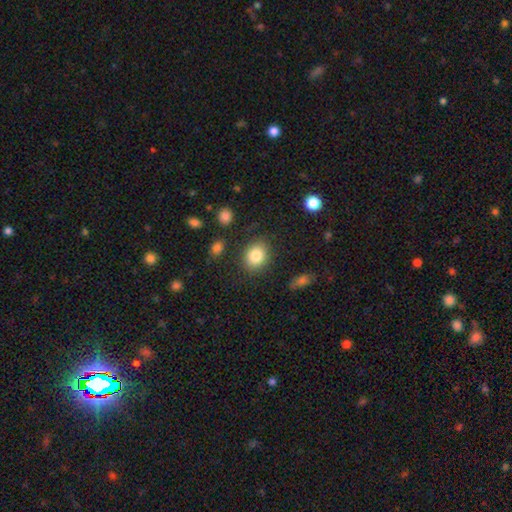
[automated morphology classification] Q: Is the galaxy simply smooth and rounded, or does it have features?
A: smooth — 83%.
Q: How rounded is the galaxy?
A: round — 53%.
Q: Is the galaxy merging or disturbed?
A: none — 84%.